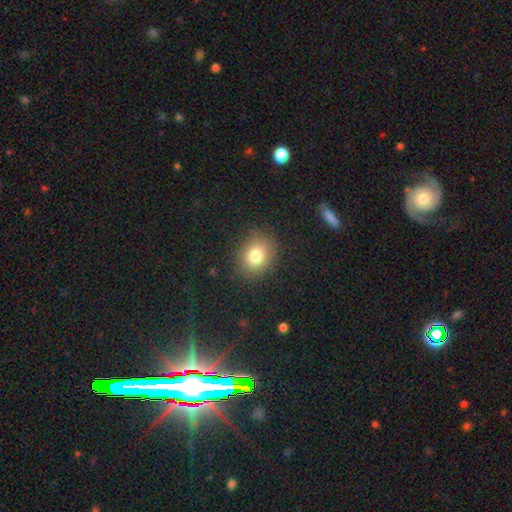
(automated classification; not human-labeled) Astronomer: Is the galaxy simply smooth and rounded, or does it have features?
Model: smooth — 79%.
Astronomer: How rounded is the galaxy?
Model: round — 60% (runner-up: in between, 39%).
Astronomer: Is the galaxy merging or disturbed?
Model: none — 85%.